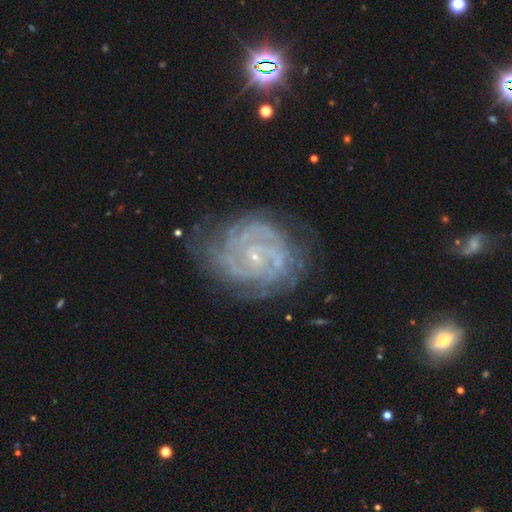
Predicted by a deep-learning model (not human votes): Smooth or featured? Predicted: featured or disk (p=0.88). Edge-on disk? Predicted: no (p=0.98). Bar? Predicted: no (p=0.66). Spiral arms? Predicted: yes (p=0.97). Spiral winding? Predicted: tight (p=0.71). Spiral arm count? Predicted: can't tell (p=0.23). Bulge size? Predicted: small (p=0.87). Merging? Predicted: none (p=0.73).